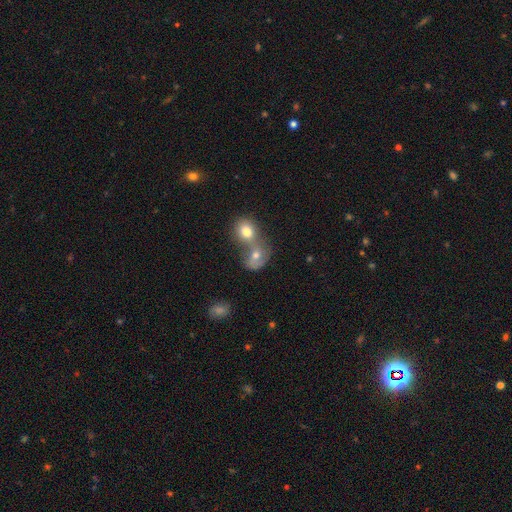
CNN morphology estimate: Smooth or featured: smooth — 67% (featured or disk — 22%)
How rounded: round — 54% (in between — 45%)
Merging: merger — 73% (none — 17%)